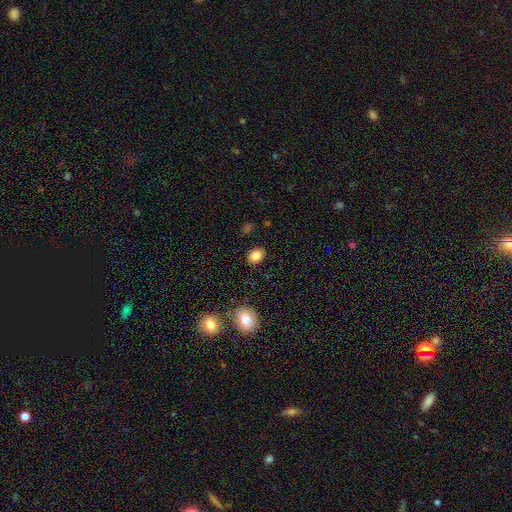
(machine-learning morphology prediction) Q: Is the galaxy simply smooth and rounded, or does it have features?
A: smooth — 84%.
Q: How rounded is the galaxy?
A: in between — 57%.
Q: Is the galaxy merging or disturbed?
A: none — 88%.